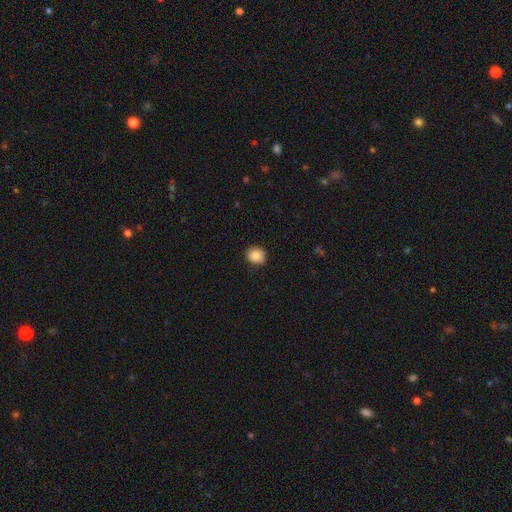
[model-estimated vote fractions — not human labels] Smooth or featured?
  - smooth: 88% *
  - star or artifact: 9%
  - featured or disk: 3%
How rounded?
  - round: 83% *
  - in between: 16%
  - cigar-shaped: 1%
Merging?
  - none: 85% *
  - minor disturbance: 12%
  - major disturbance: 2%
  - merger: 1%